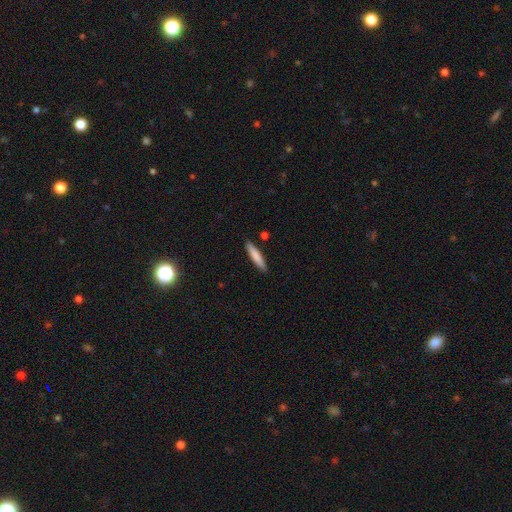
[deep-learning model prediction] Smooth or featured: smooth — 81% (featured or disk — 14%)
How rounded: cigar-shaped — 89% (in between — 10%)
Merging: none — 89% (minor disturbance — 8%)